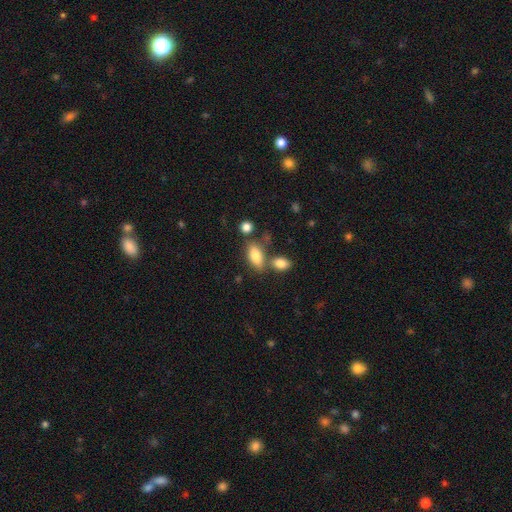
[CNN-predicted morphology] A smooth galaxy with no disk features (80%) that is in between round and cigar-shaped (84%). Merging: none (60%).